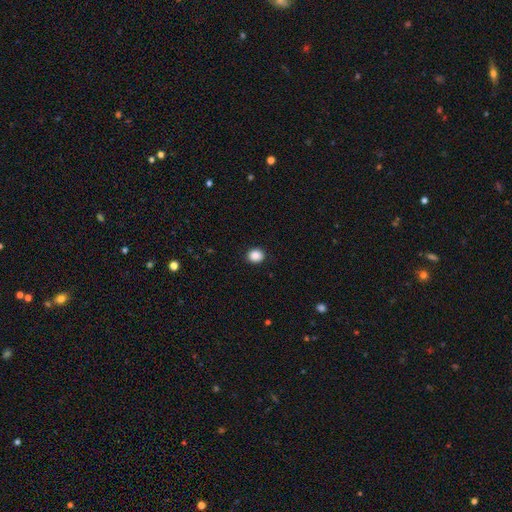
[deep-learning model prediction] This appears to be a smooth galaxy with no disk features (88%) that is round (72%). Merging: none (91%).